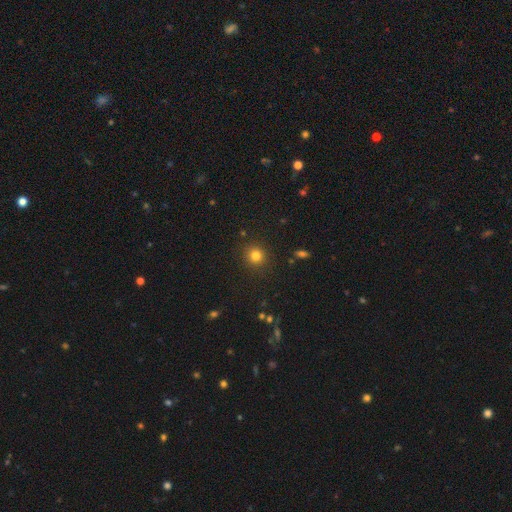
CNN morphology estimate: This is clearly a smooth galaxy (81%). How rounded: clearly round (91%). Merging: clearly none (90%).